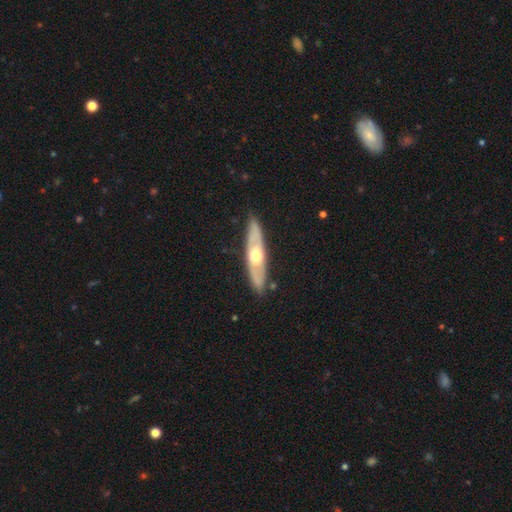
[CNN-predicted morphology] The model was most divided on "edge-on disk": yes: 53%, no: 47%. More confident: merging — none (83%); smooth or featured — featured or disk (61%).